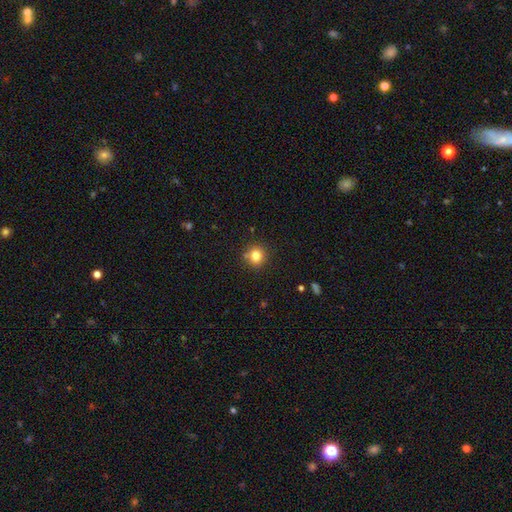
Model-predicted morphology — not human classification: A smooth galaxy with no disk features (81%) that is round (89%). Merging: none (83%).